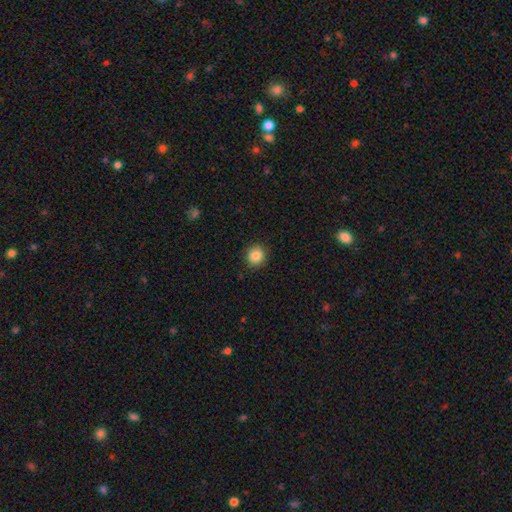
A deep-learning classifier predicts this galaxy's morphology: A smooth galaxy with no disk features (86%) that is round (86%).

Vote fractions:
- Smooth or featured? smooth: 86% / star or artifact: 10% / featured or disk: 5%
- How rounded? round: 86% / in between: 13% / cigar-shaped: 1%
- Merging? none: 90% / minor disturbance: 7% / major disturbance: 2% / merger: 1%